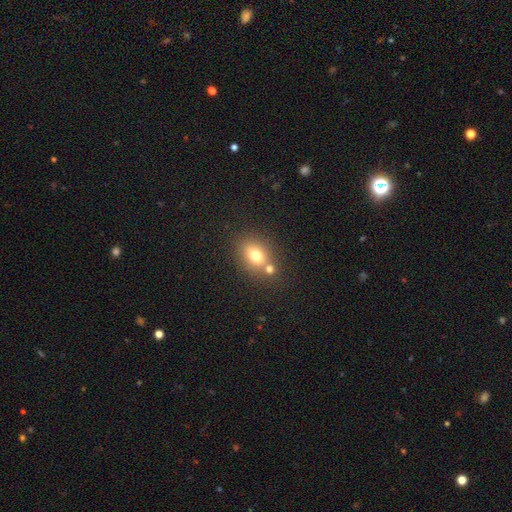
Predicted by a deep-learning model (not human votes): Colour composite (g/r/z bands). It shows a smooth galaxy with no disk features (74%) that is in between round and cigar-shaped (59%). Merging: none (60%).